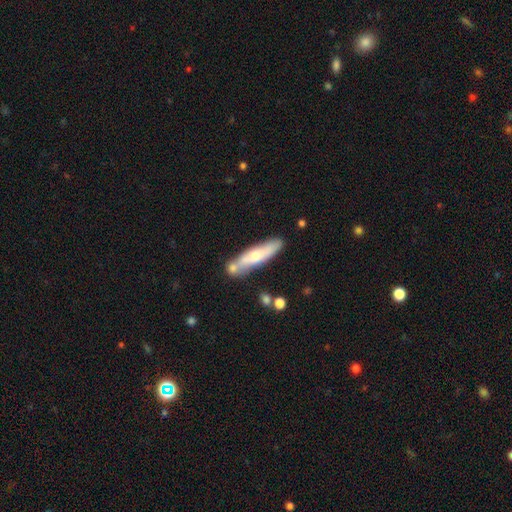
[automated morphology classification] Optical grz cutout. It shows a smooth galaxy with no disk features (54%) that is cigar-shaped (78%). Merging: none (62%).